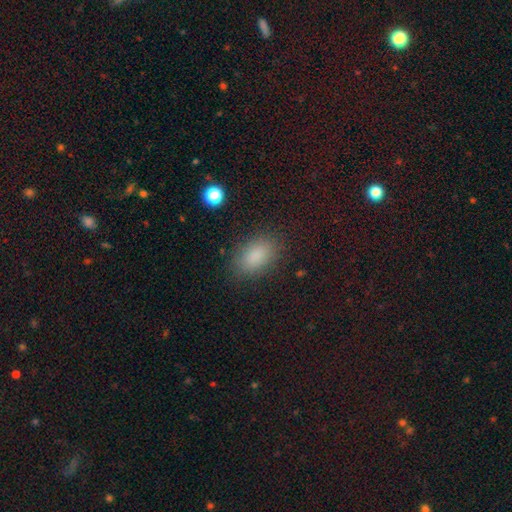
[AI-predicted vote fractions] Smooth or featured: smooth — 86% (star or artifact — 9%)
How rounded: in between — 90% (round — 8%)
Merging: none — 85% (minor disturbance — 10%)